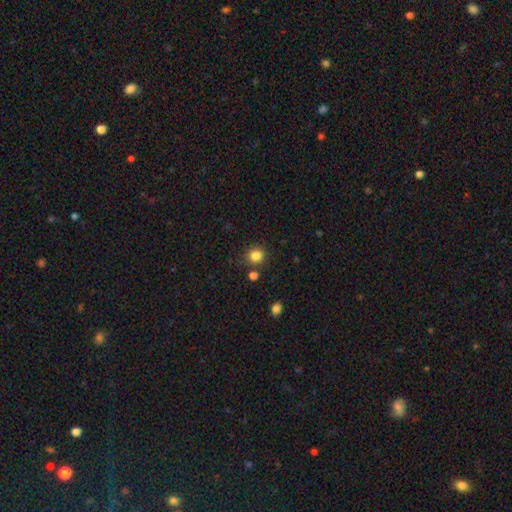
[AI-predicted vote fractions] Morphology: type=smooth (84%); roundness=round (89%); merging=none (83%).